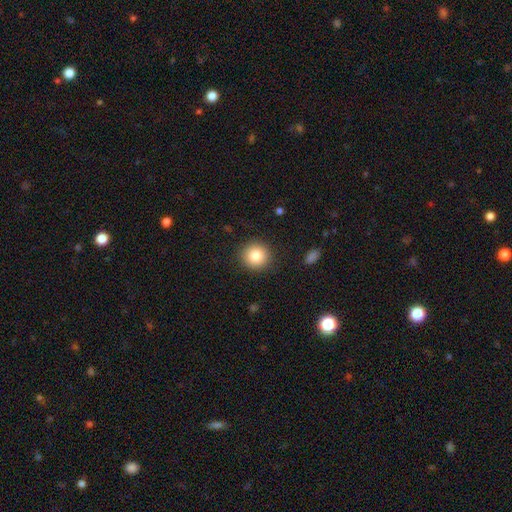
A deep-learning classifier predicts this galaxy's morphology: smooth 82%, star or artifact 10%, featured or disk 8%. Down the decision tree: how rounded — round (92%); merging — none (90%).